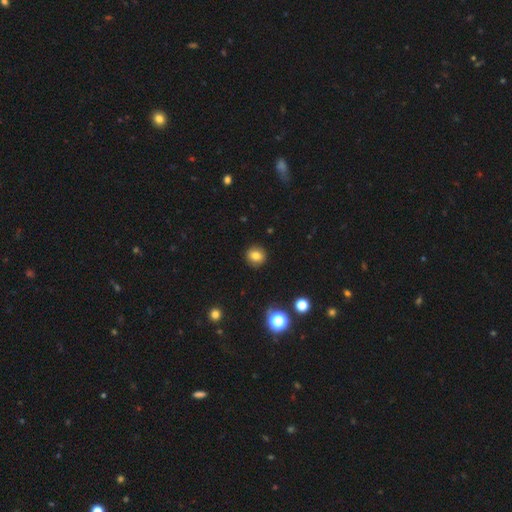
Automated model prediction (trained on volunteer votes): The model was most divided on "smooth or featured": smooth: 80%, star or artifact: 12%, featured or disk: 8%. More confident: merging — none (91%); how rounded — round (86%).